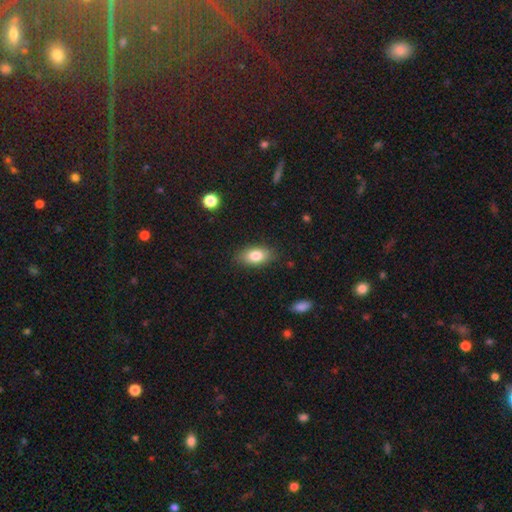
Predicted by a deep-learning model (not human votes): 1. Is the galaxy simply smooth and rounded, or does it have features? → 83% smooth, 10% featured or disk, 8% star or artifact.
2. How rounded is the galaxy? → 90% in between, 7% round, 3% cigar-shaped.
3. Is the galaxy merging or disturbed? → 84% none, 12% minor disturbance, 3% major disturbance, 1% merger.